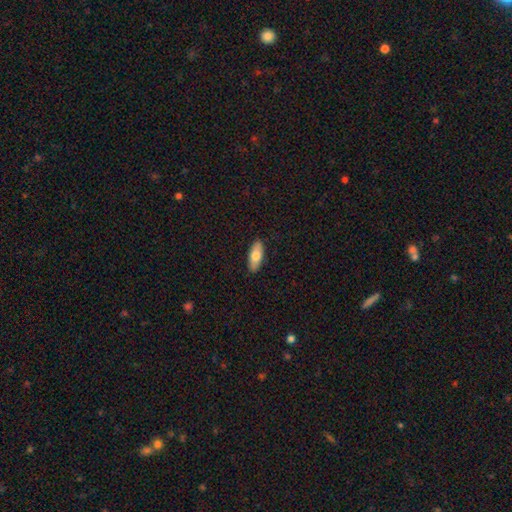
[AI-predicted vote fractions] The model was most divided on "smooth or featured": smooth: 74%, featured or disk: 20%, star or artifact: 6%. More confident: merging — none (89%); how rounded — in between (80%).